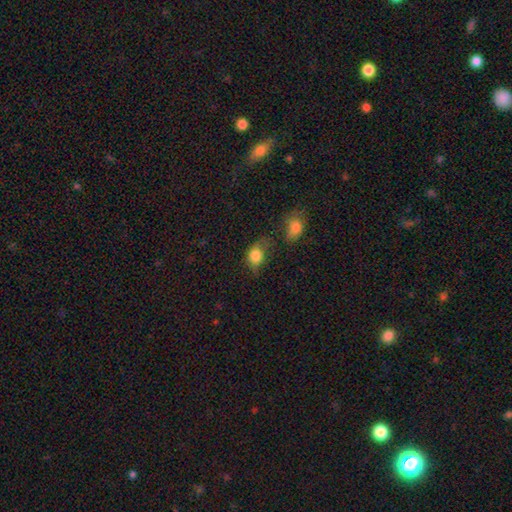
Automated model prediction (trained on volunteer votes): smooth 81%, featured or disk 10%, star or artifact 9%. Down the decision tree: how rounded — in between (67%); merging — none (35%).